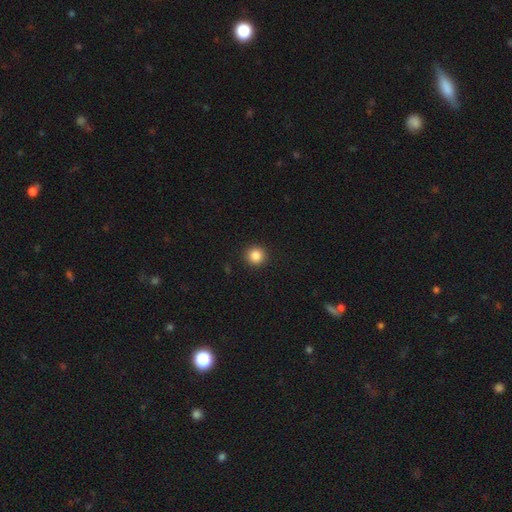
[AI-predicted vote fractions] Smooth or featured? Predicted: smooth (p=0.86). How rounded? Predicted: round (p=0.94). Merging? Predicted: none (p=0.93).